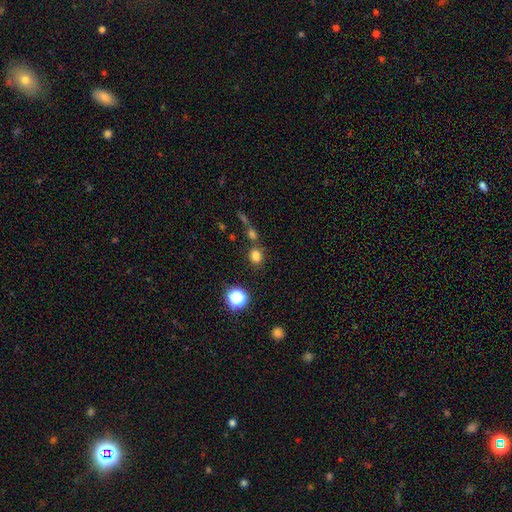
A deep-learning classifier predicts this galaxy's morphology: Smooth or featured?
  - smooth: 78% *
  - star or artifact: 16%
  - featured or disk: 6%
How rounded?
  - round: 65% *
  - in between: 34%
  - cigar-shaped: 1%
Merging?
  - none: 72% *
  - merger: 14%
  - minor disturbance: 10%
  - major disturbance: 4%